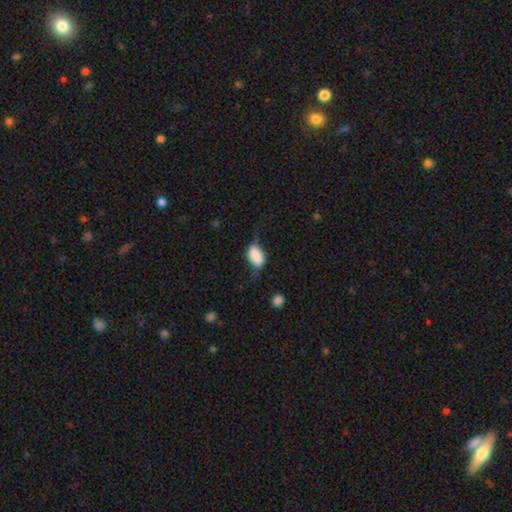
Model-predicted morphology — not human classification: A smooth galaxy with no disk features (69%) that is in between round and cigar-shaped (89%). Merging: none (40%).